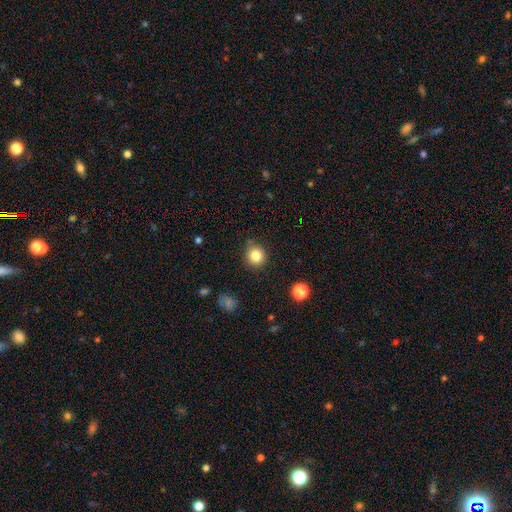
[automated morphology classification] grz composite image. It shows a smooth galaxy with no disk features (83%) that is round (88%). Merging: none (84%).